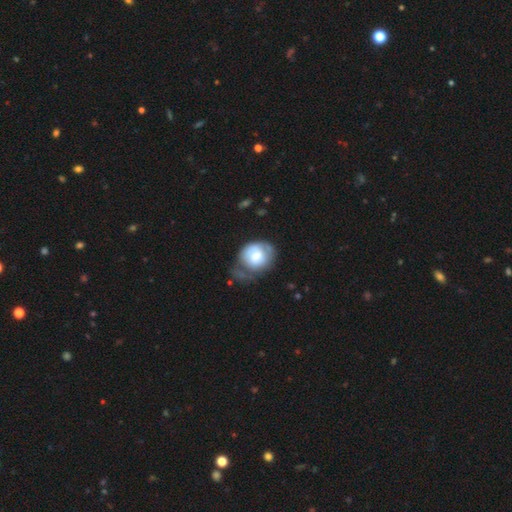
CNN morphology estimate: smooth_or_featured: smooth (p=0.58) [alt: featured or disk p=0.36]
how_rounded: round (p=0.60) [alt: in between p=0.39]
merging: minor disturbance (p=0.33) [alt: none p=0.32]